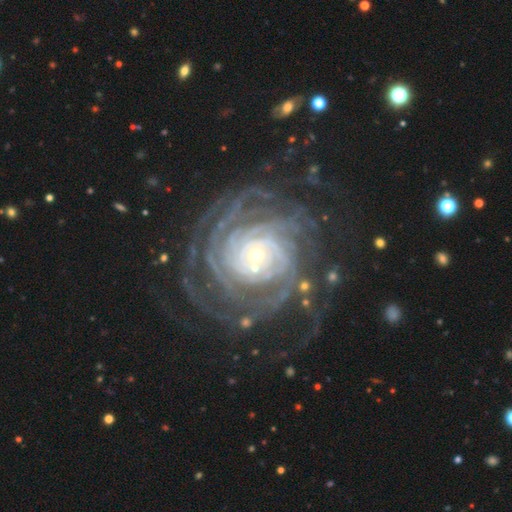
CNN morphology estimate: A featured or disk galaxy (90%) with no bar (74%), more than 4 (29%) tight (81%) spiral arms (98%) and a small central bulge (68%). Merging: none (69%).